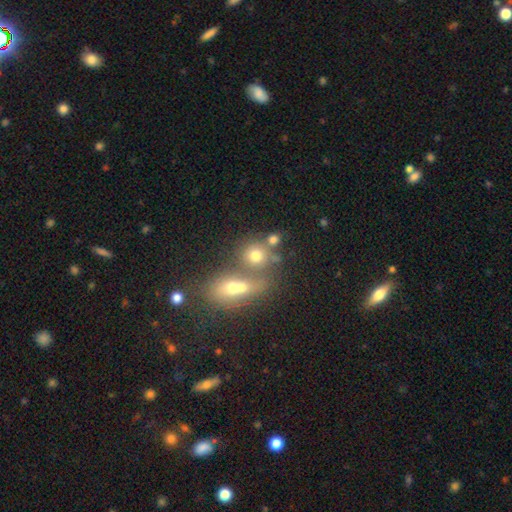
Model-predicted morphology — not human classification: This appears to be a smooth galaxy with no disk features (68%) that is round (76%). Merging: merger (45%).